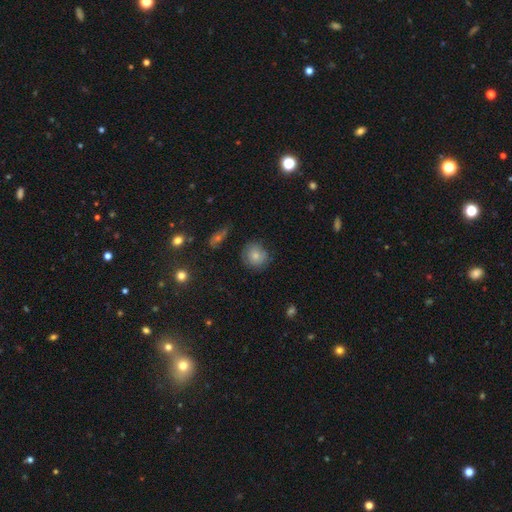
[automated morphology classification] Smooth or featured: smooth — 74% (featured or disk — 16%)
How rounded: round — 88% (in between — 11%)
Merging: none — 76% (minor disturbance — 17%)